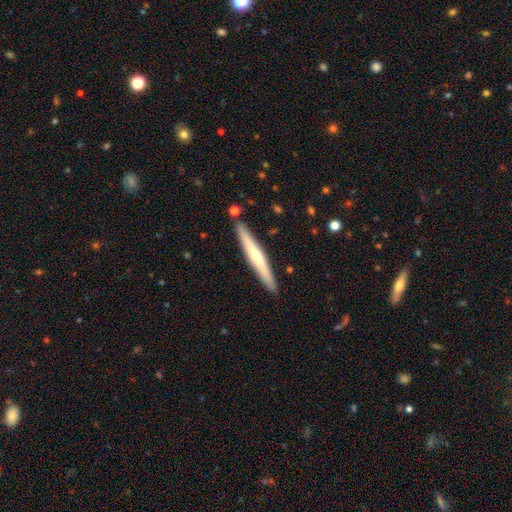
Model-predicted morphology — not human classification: The model was most divided on "smooth or featured": featured or disk: 48%, smooth: 47%, star or artifact: 5%. More confident: merging — none (89%).